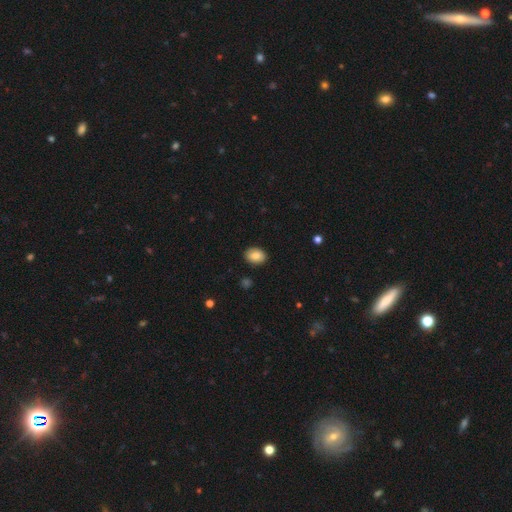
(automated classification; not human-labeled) This appears to be a smooth galaxy with no disk features (86%) that is in between round and cigar-shaped (75%). Merging: none (89%).